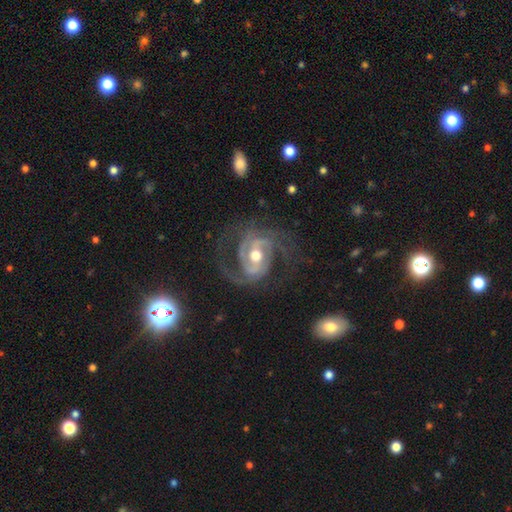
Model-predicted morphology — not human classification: Overall: featured or disk (91%). Edge-on disk: no (97%). Bar: no (38%; weak 37%). Spiral arms: yes (97%). Spiral arm count: 2 (53%; 3 21%). Spiral winding: medium (50%; tight 32%). Bulge size: moderate (75%). Merging: none (67%).